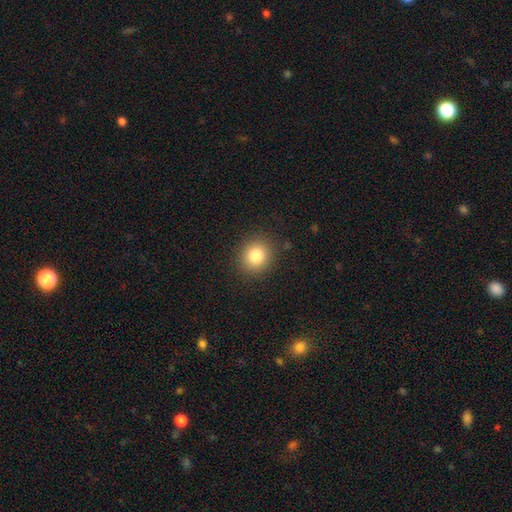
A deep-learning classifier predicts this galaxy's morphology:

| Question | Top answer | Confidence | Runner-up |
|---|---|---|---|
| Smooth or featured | smooth | 82% | star or artifact (11%) |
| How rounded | round | 85% | in between (14%) |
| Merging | none | 89% | minor disturbance (7%) |